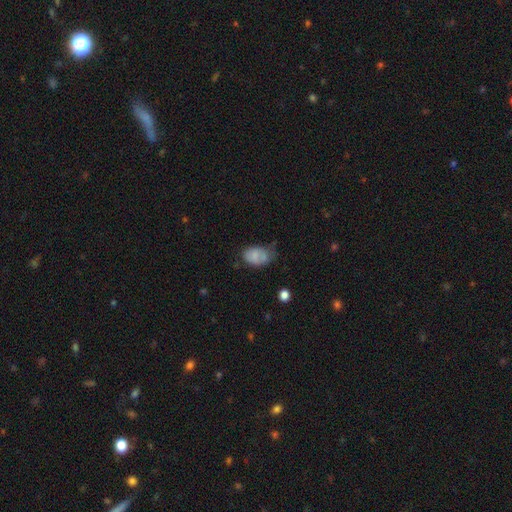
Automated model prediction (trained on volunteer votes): Smooth or featured? smooth (75%)
How rounded? in between (86%)
Merging? none (40%)